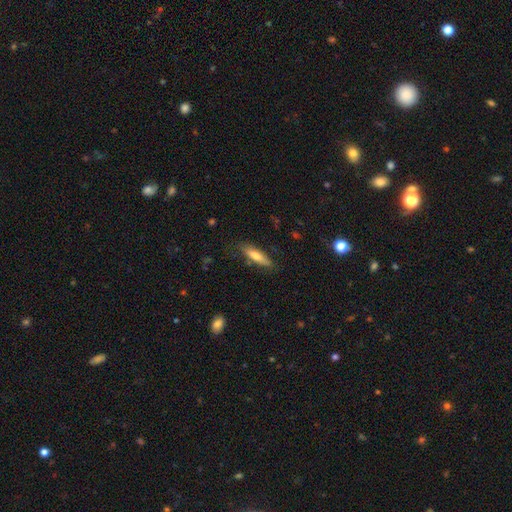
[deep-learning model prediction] Overall: smooth (68%). How rounded: cigar-shaped (68%; in between 31%). Merging: none (80%).